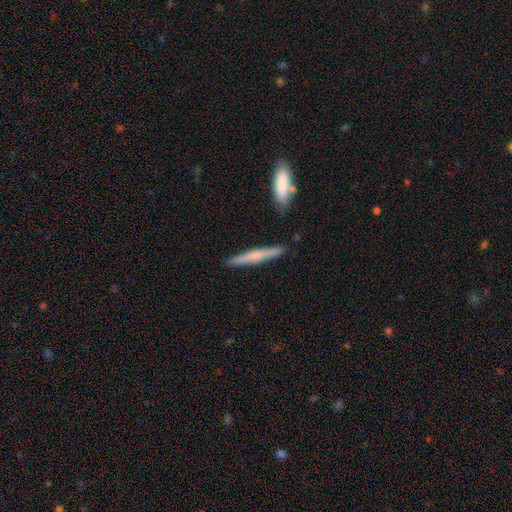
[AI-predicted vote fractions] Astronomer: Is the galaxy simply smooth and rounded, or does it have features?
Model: smooth — 56% (runner-up: featured or disk, 38%).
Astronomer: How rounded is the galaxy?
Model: cigar-shaped — 95%.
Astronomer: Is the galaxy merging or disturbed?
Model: none — 87%.